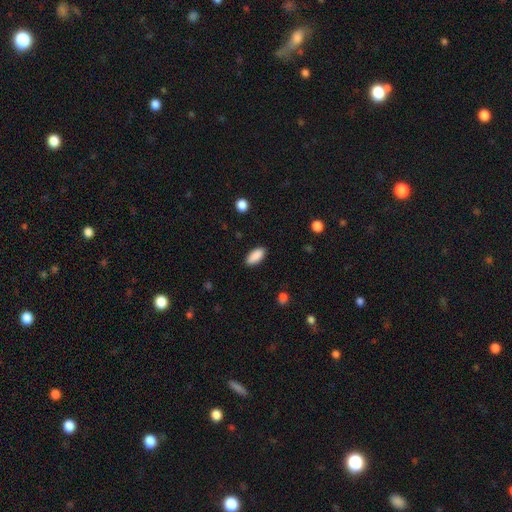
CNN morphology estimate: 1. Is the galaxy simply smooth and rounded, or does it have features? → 90% smooth, 7% star or artifact, 4% featured or disk.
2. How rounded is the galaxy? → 88% in between, 10% cigar-shaped, 2% round.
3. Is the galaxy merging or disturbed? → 88% none, 9% minor disturbance, 2% major disturbance, 1% merger.